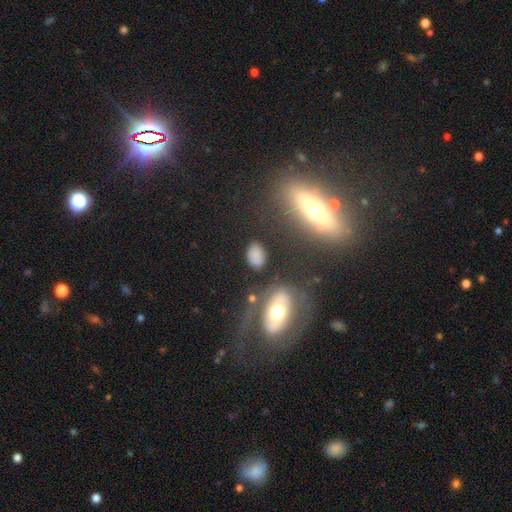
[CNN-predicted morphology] This appears to be a smooth galaxy with no disk features (75%) that is in between round and cigar-shaped (79%). Merging: none (74%).